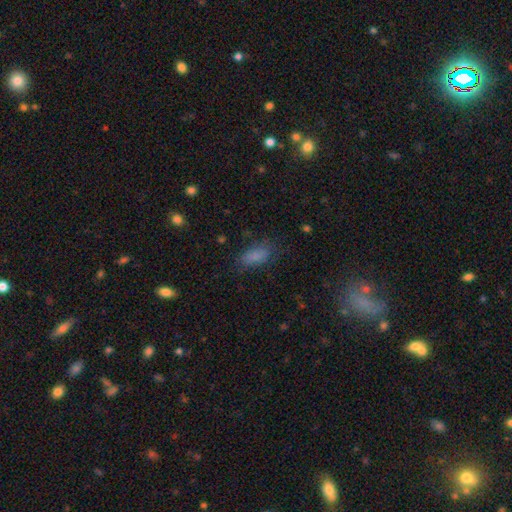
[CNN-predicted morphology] This appears to be a smooth galaxy with no disk features (82%) that is in between round and cigar-shaped (83%). Merging: none (72%).